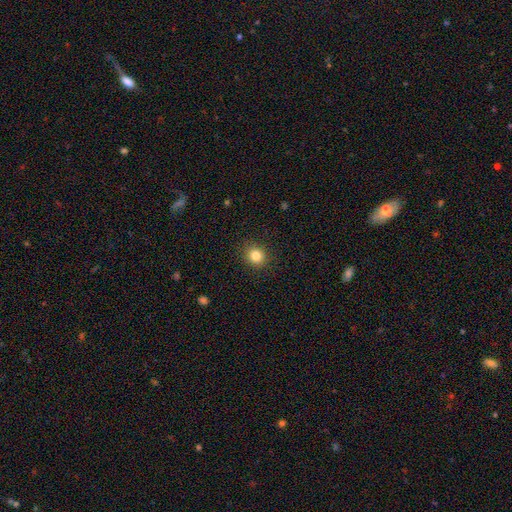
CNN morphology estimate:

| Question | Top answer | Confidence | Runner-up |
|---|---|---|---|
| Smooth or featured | smooth | 84% | star or artifact (11%) |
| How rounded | round | 82% | in between (17%) |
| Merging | none | 90% | minor disturbance (7%) |